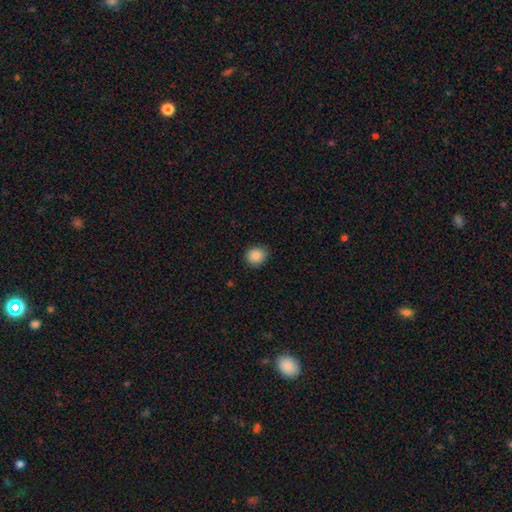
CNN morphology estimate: smooth 88%, star or artifact 9%, featured or disk 4%. Down the decision tree: how rounded — round (75%); merging — none (83%).